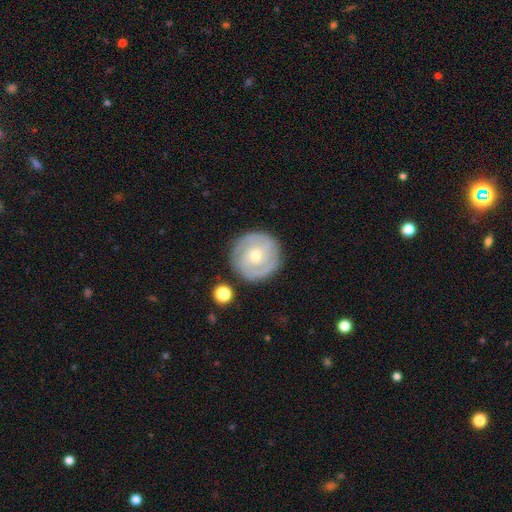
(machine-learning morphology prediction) Q: Smooth or featured?
A: featured or disk (80%); runner-up: smooth (14%)
Q: Edge-on disk?
A: no (97%); runner-up: yes (3%)
Q: Bar?
A: no (68%); runner-up: weak (25%)
Q: Spiral arms?
A: yes (93%); runner-up: no (7%)
Q: Spiral winding?
A: tight (71%); runner-up: medium (24%)
Q: Spiral arm count?
A: 2 (45%); runner-up: 3 (25%)
Q: Bulge size?
A: small (55%); runner-up: moderate (42%)
Q: Merging?
A: none (85%); runner-up: minor disturbance (10%)